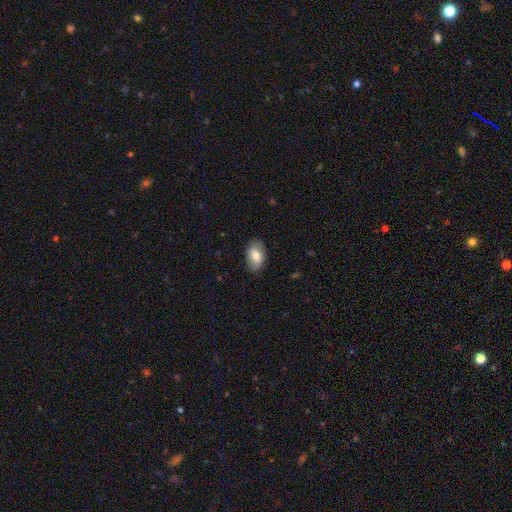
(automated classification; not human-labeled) Morphology: type=smooth (74%); roundness=in between (91%); merging=none (85%).